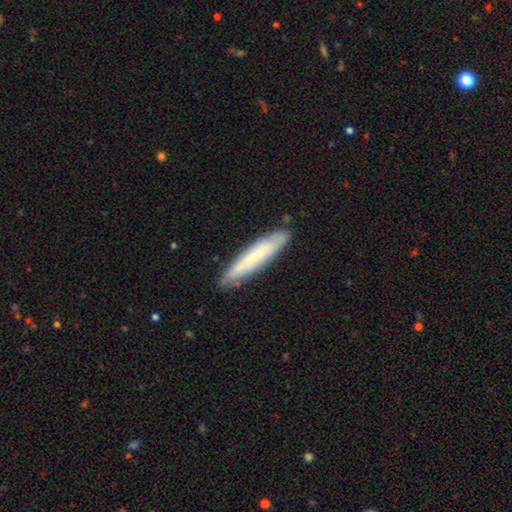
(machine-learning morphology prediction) Smooth or featured?
  - smooth: 67% *
  - featured or disk: 27%
  - star or artifact: 6%
How rounded?
  - cigar-shaped: 91% *
  - in between: 8%
  - round: 1%
Merging?
  - none: 86% *
  - minor disturbance: 11%
  - major disturbance: 2%
  - merger: 1%